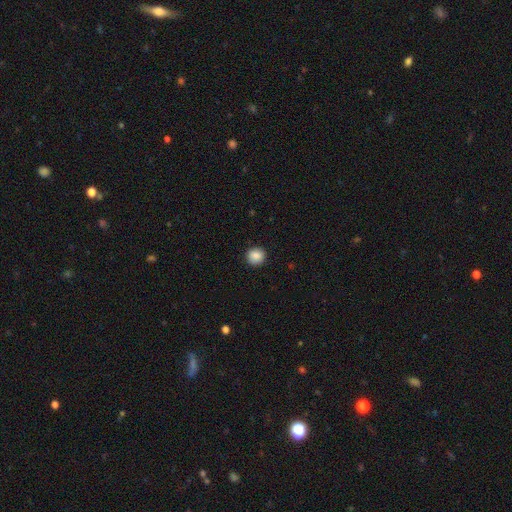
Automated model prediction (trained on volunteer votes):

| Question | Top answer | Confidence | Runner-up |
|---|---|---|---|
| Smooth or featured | smooth | 88% | star or artifact (8%) |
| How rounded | round | 92% | in between (7%) |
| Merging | none | 92% | minor disturbance (6%) |